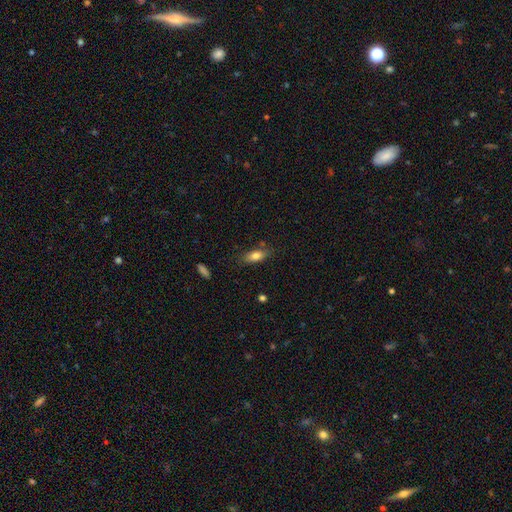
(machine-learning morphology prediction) The model was most divided on "merging": none: 75%, minor disturbance: 17%, major disturbance: 4%, merger: 4%. More confident: smooth or featured — smooth (79%); how rounded — in between (78%).